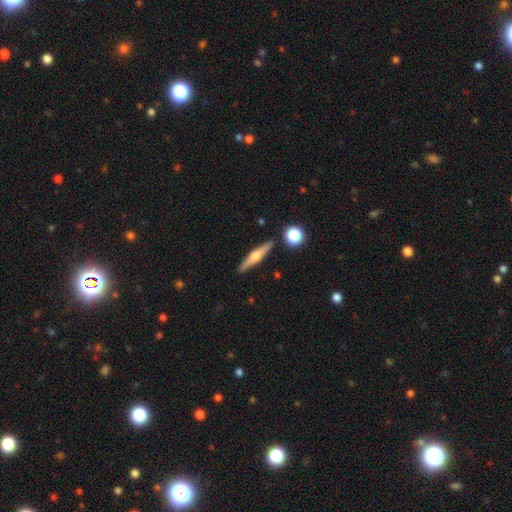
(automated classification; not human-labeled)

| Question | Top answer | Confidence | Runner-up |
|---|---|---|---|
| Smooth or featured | featured or disk | 58% | smooth (36%) |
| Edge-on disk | yes | 96% | no (4%) |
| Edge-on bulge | rounded | 91% | boxy (5%) |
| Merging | none | 89% | minor disturbance (7%) |